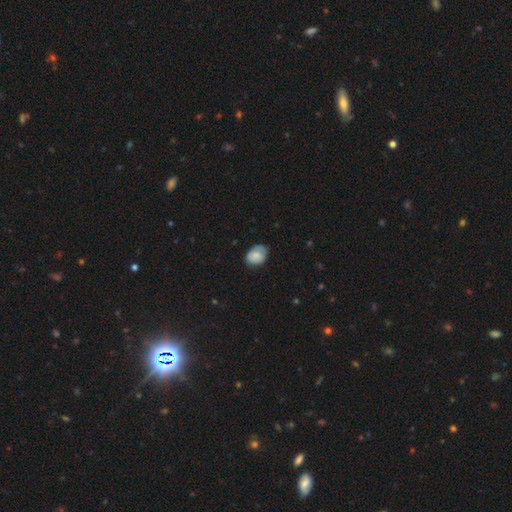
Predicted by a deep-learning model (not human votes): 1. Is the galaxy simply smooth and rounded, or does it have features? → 79% smooth, 14% featured or disk, 7% star or artifact.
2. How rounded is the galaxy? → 65% in between, 34% round, 1% cigar-shaped.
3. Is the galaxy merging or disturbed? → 71% none, 23% minor disturbance, 4% major disturbance, 1% merger.